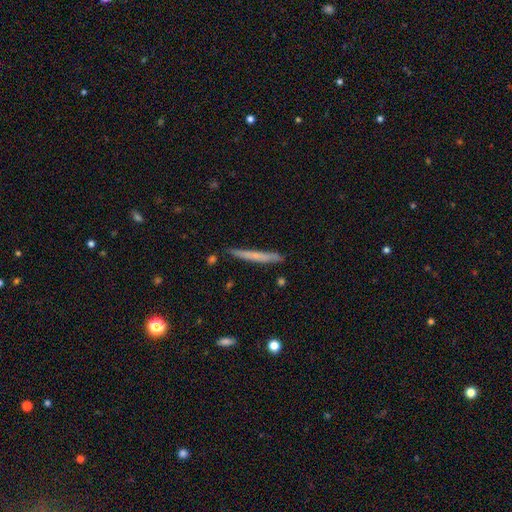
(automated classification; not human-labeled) Smooth or featured?
  - smooth: 57% *
  - featured or disk: 36%
  - star or artifact: 6%
How rounded?
  - cigar-shaped: 96% *
  - in between: 2%
  - round: 1%
Merging?
  - none: 84% *
  - minor disturbance: 12%
  - major disturbance: 2%
  - merger: 2%